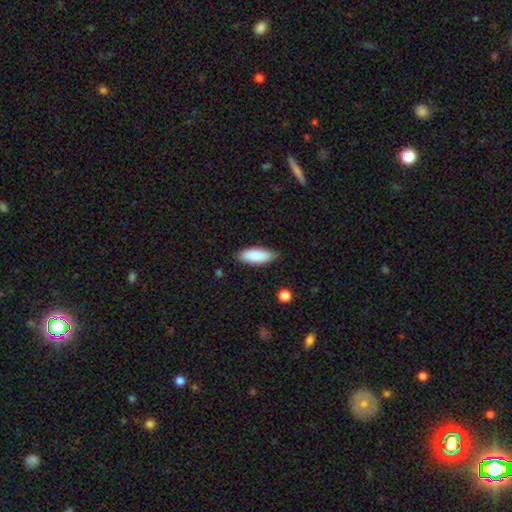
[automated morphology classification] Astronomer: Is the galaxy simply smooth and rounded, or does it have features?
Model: smooth — 87%.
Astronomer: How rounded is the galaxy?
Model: in between — 80%.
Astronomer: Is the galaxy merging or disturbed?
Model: none — 77%.